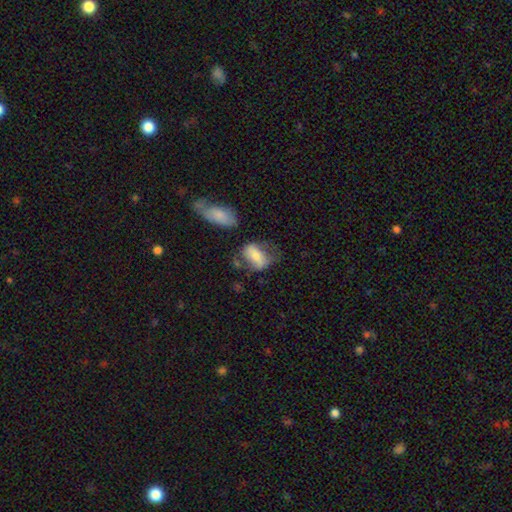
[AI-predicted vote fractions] smooth 61%, featured or disk 31%, star or artifact 8%. Down the decision tree: how rounded — in between (83%); merging — none (37%).